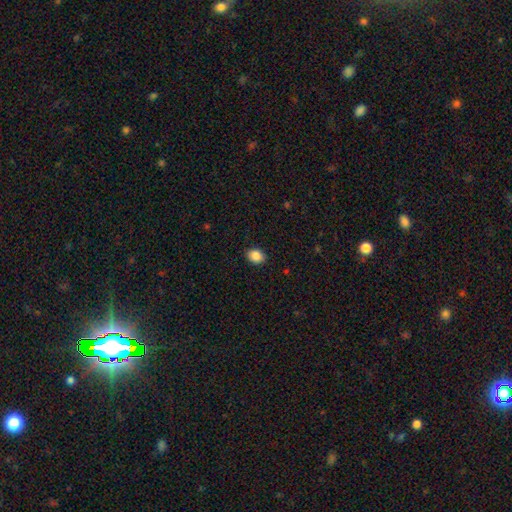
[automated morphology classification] smooth 88%, star or artifact 9%, featured or disk 3%. Down the decision tree: how rounded — in between (58%); merging — none (89%).